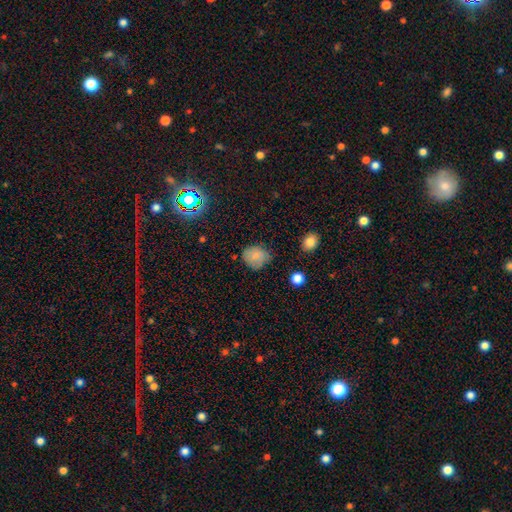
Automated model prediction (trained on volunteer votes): A smooth galaxy with no disk features (78%) that is round (66%).

Vote fractions:
- Smooth or featured? smooth: 78% / featured or disk: 11% / star or artifact: 11%
- How rounded? round: 66% / in between: 33% / cigar-shaped: 1%
- Merging? none: 66% / minor disturbance: 26% / major disturbance: 6% / merger: 2%